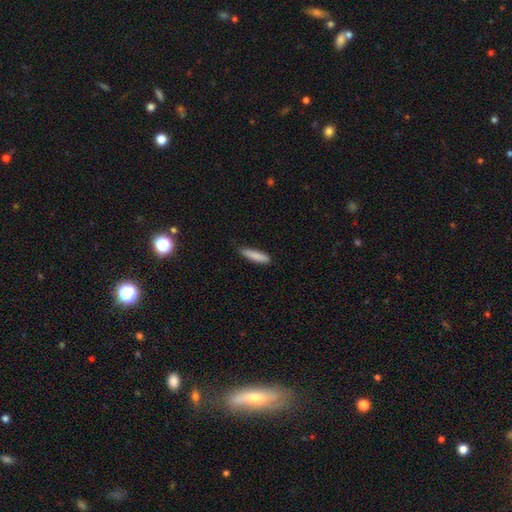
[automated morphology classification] smooth_or_featured: smooth (p=0.86) [alt: featured or disk p=0.08]
how_rounded: cigar-shaped (p=0.84) [alt: in between p=0.15]
merging: none (p=0.84) [alt: minor disturbance p=0.13]